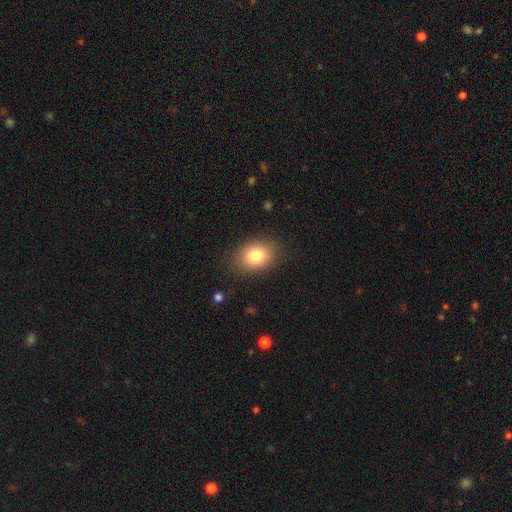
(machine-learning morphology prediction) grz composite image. It shows a smooth galaxy with no disk features (81%) that is in between round and cigar-shaped (65%). Merging: none (84%).